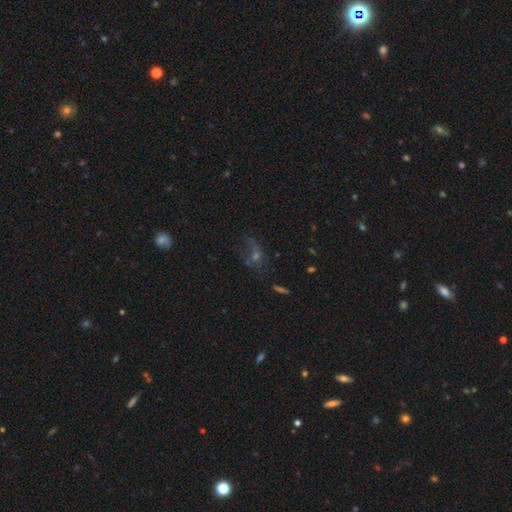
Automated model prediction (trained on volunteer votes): Smooth or featured?
  - star or artifact: 37% *
  - featured or disk: 35%
  - smooth: 28%